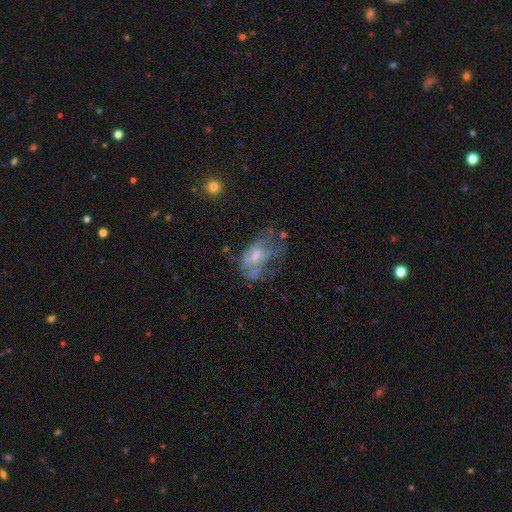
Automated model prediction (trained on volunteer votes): smooth_or_featured: featured or disk (p=0.62) [alt: smooth p=0.25]
disk_edge_on: no (p=0.96) [alt: yes p=0.04]
bar: no (p=0.71) [alt: weak p=0.25]
has_spiral_arms: no (p=0.60) [alt: yes p=0.40]
bulge_size: small (p=0.44) [alt: moderate p=0.42]
merging: major disturbance (p=0.39) [alt: none p=0.32]